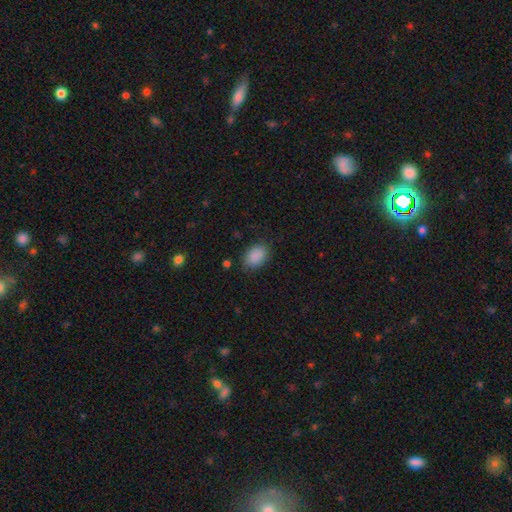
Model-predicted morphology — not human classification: A smooth galaxy with no disk features (88%) that is in between round and cigar-shaped (82%).

Vote fractions:
- Smooth or featured? smooth: 88% / star or artifact: 8% / featured or disk: 3%
- How rounded? in between: 82% / round: 16% / cigar-shaped: 1%
- Merging? none: 82% / minor disturbance: 13% / major disturbance: 4% / merger: 1%